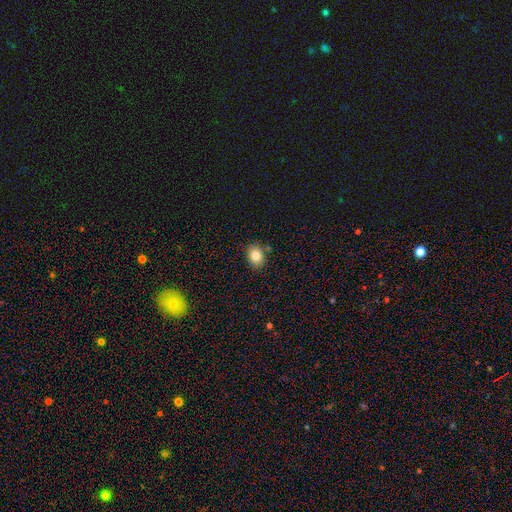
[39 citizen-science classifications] smooth_or_featured: smooth (p=0.90) [alt: featured or disk p=0.05]
how_rounded: in between (p=0.57) [alt: round p=0.43]
merging: none (p=0.81) [alt: merger p=0.08]